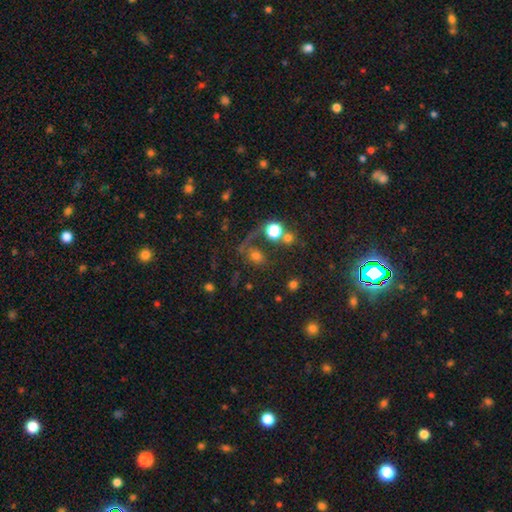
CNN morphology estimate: Smooth or featured?
  - smooth: 56% *
  - star or artifact: 24%
  - featured or disk: 20%
How rounded?
  - round: 63% *
  - in between: 35%
  - cigar-shaped: 2%
Merging?
  - none: 45% *
  - major disturbance: 24%
  - merger: 18%
  - minor disturbance: 13%